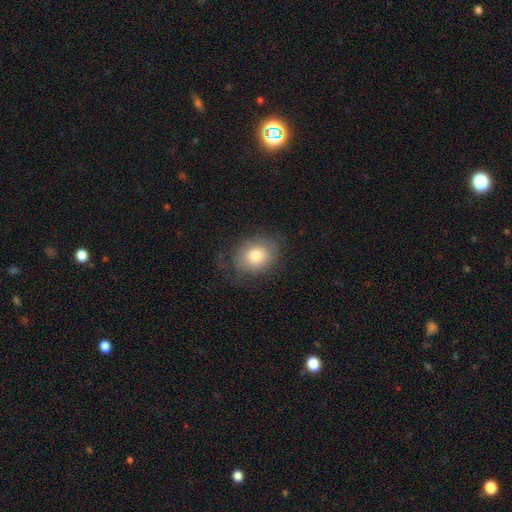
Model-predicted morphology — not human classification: smooth-or-featured: smooth: 77% | featured or disk: 15% | star or artifact: 8%
  how-rounded: round: 55% | in between: 44% | cigar-shaped: 1%
  merging: none: 66% | minor disturbance: 22% | major disturbance: 11% | merger: 1%